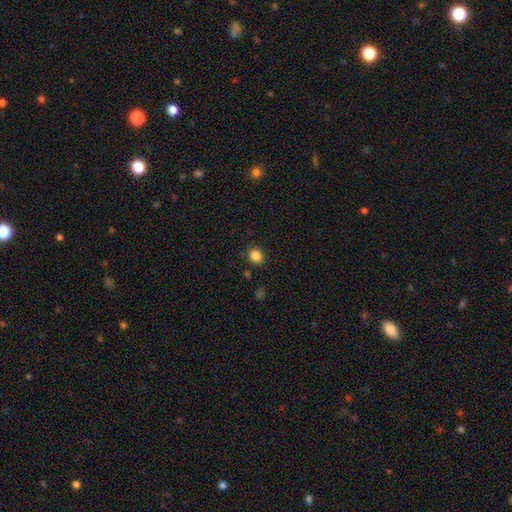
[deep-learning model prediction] This appears to be a smooth galaxy with no disk features (84%) that is round (69%). Merging: none (87%).